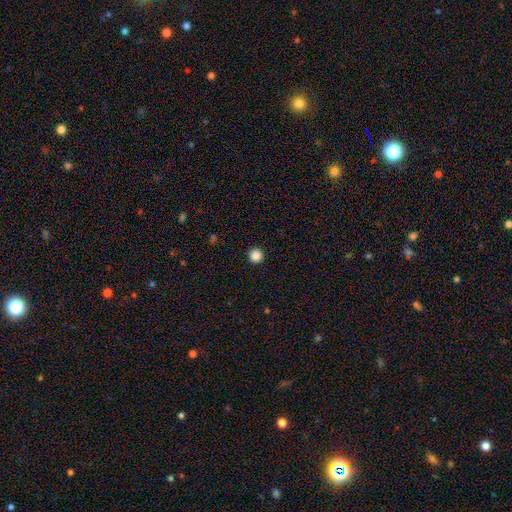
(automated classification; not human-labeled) A smooth galaxy with no disk features (87%) that is round (96%).

Vote fractions:
- Smooth or featured? smooth: 87% / star or artifact: 10% / featured or disk: 3%
- How rounded? round: 96% / in between: 3% / cigar-shaped: 1%
- Merging? none: 94% / minor disturbance: 4% / major disturbance: 2% / merger: 1%